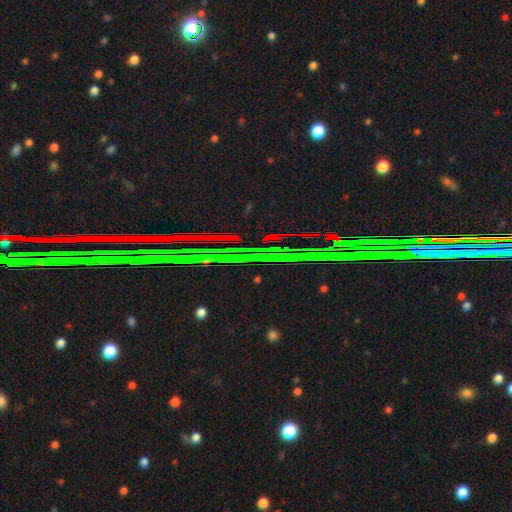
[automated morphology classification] smooth-or-featured: star or artifact: 86% | featured or disk: 8% | smooth: 6%